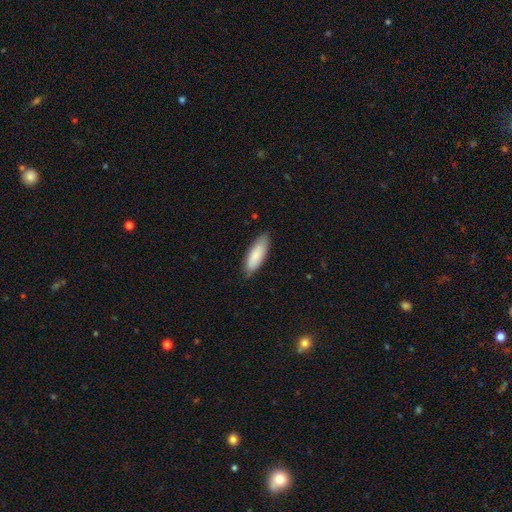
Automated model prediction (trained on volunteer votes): This appears to be a smooth galaxy with no disk features (86%) that is in between round and cigar-shaped (62%). Merging: none (83%).